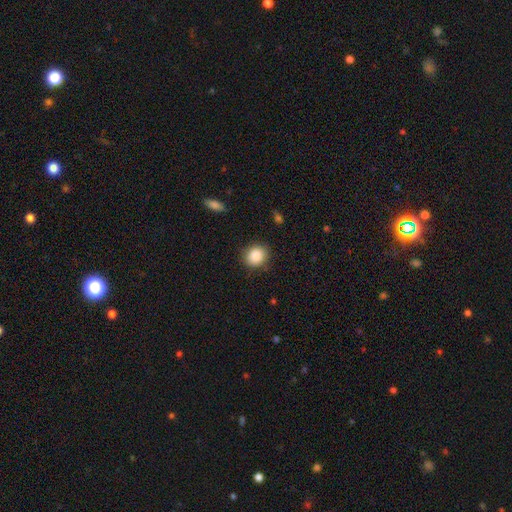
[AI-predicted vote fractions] Overall: smooth (87%). How rounded: round (79%). Merging: none (85%).